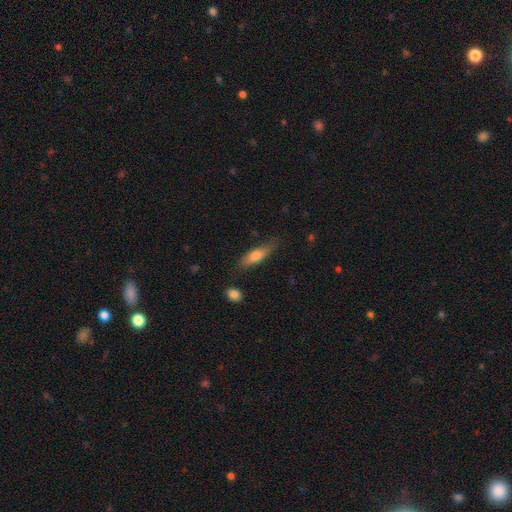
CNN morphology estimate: Q: Smooth or featured?
A: smooth (67%); runner-up: featured or disk (26%)
Q: How rounded?
A: cigar-shaped (56%); runner-up: in between (41%)
Q: Merging?
A: none (74%); runner-up: minor disturbance (19%)